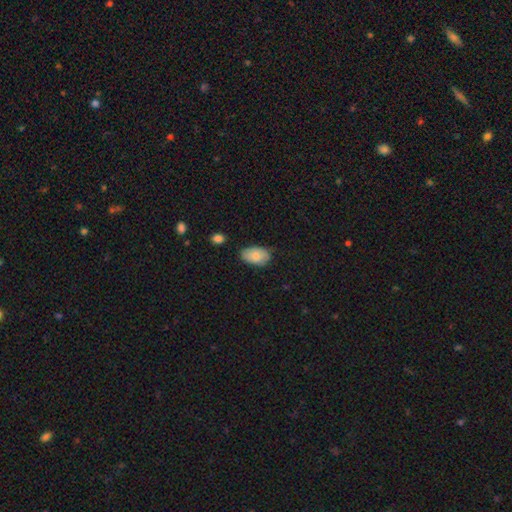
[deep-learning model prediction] Smooth or featured? smooth (81%)
How rounded? in between (92%)
Merging? none (69%)